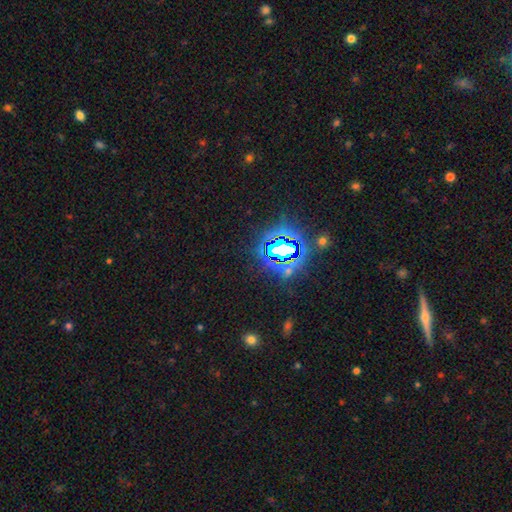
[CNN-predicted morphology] A star or artifact, not a galaxy (82%).

Vote fractions:
- Smooth or featured? star or artifact: 82% / smooth: 11% / featured or disk: 7%